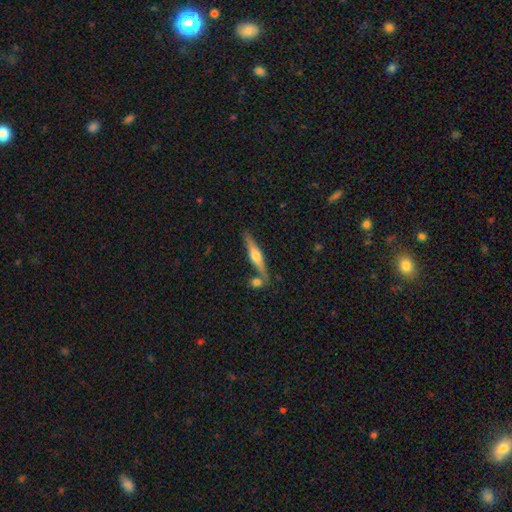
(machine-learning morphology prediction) This is likely a featured or disk galaxy (66%). It is clearly viewed edge-on (96%). Edge-on bulge: clearly rounded (90%). Merging: likely none (76%).